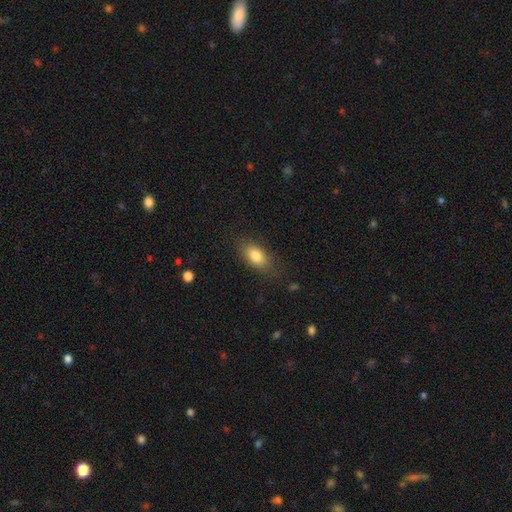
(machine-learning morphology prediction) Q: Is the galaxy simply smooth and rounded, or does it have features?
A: smooth — 82%.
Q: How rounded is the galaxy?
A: in between — 88%.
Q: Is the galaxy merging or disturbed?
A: none — 81%.